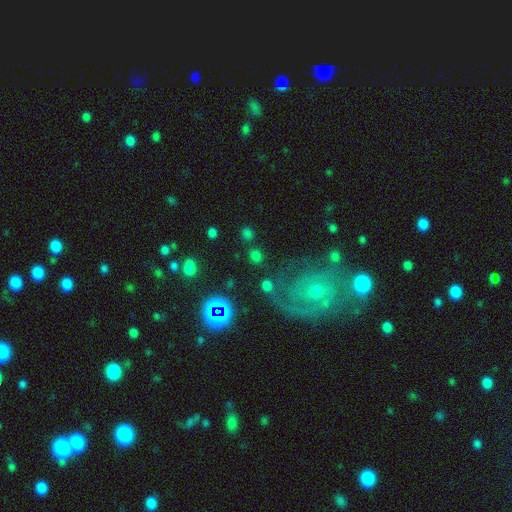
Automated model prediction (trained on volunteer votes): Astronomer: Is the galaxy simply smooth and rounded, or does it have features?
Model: smooth — 67%.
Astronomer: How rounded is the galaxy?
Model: round — 85%.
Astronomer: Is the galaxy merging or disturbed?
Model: none — 79%.